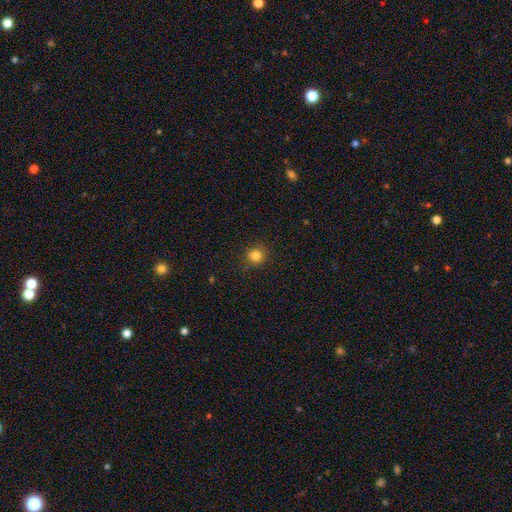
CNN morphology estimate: This is clearly a smooth galaxy (82%). How rounded: clearly round (88%). Merging: clearly none (87%).